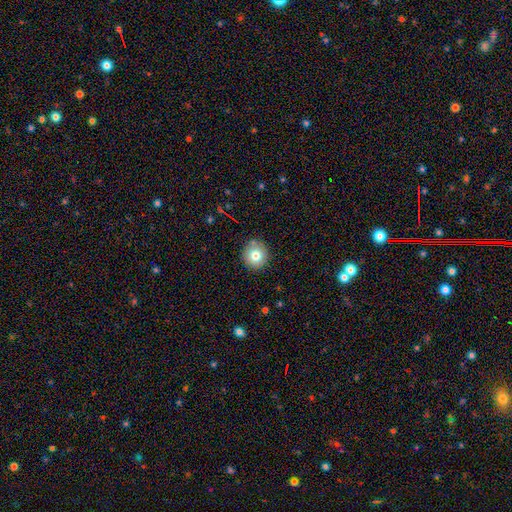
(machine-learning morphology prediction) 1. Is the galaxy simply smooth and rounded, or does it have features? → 77% smooth, 13% featured or disk, 10% star or artifact.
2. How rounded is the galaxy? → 93% round, 6% in between, 1% cigar-shaped.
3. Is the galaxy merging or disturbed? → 87% none, 9% minor disturbance, 3% merger, 2% major disturbance.